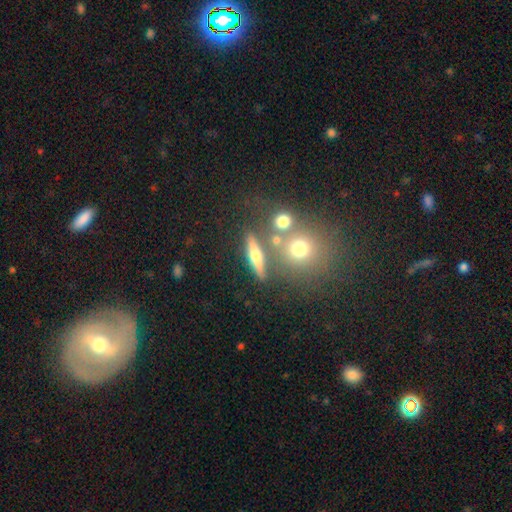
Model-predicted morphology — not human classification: A smooth galaxy with no disk features (49%).

Vote fractions:
- Smooth or featured? smooth: 49% / featured or disk: 37% / star or artifact: 14%
- Merging? none: 69% / merger: 15% / minor disturbance: 11% / major disturbance: 5%